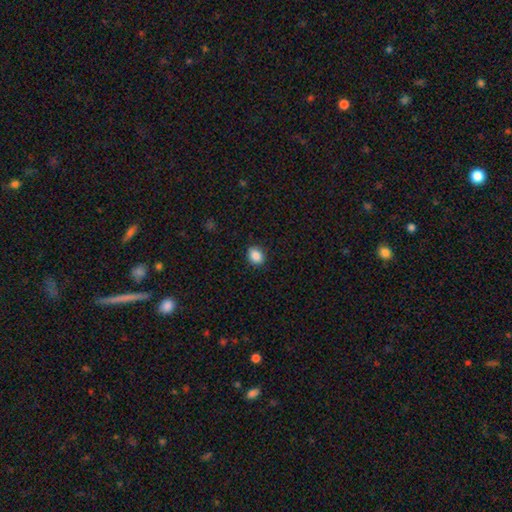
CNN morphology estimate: smooth 87%, star or artifact 9%, featured or disk 4%. Down the decision tree: how rounded — in between (59%); merging — none (88%).